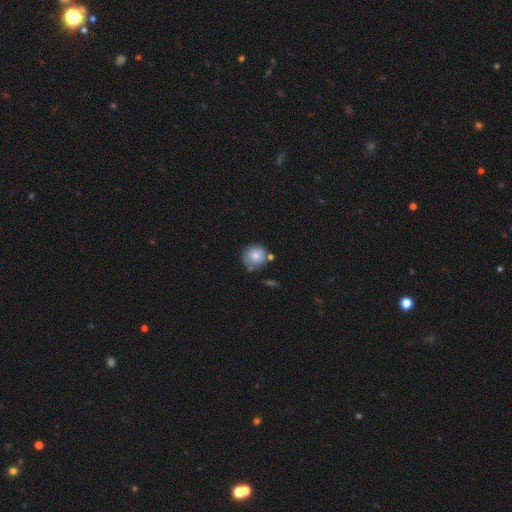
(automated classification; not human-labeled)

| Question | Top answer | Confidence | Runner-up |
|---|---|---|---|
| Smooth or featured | smooth | 77% | featured or disk (15%) |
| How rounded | round | 89% | in between (10%) |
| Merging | none | 65% | minor disturbance (21%) |